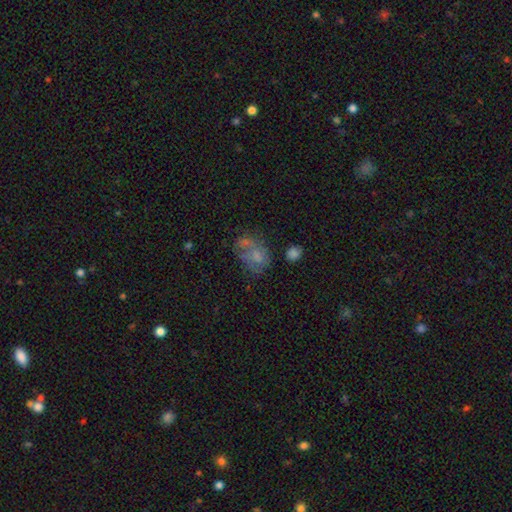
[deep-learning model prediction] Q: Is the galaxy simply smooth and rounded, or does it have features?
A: smooth — 51%.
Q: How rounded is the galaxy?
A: in between — 68%.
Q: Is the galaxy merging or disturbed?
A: none — 32%.